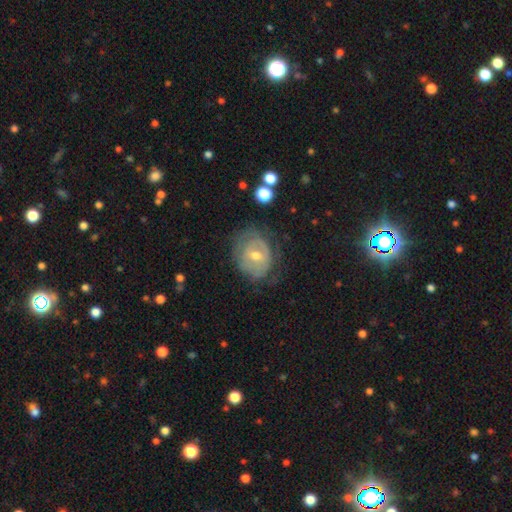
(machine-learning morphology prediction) This appears to be a featured or disk galaxy (65%) with no bar (42%, tied with weak), spiral arms (54%) and a moderate central bulge (61%). Merging: none (62%).